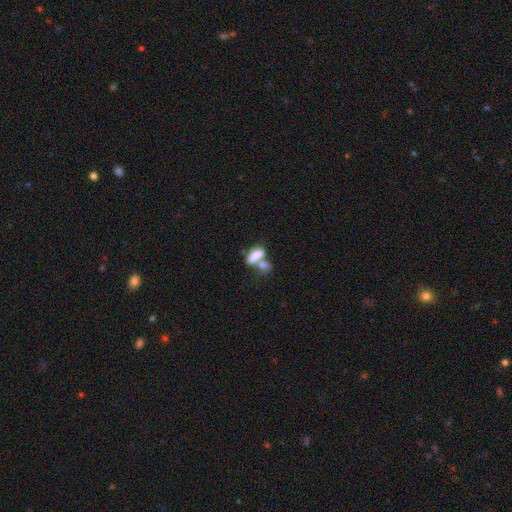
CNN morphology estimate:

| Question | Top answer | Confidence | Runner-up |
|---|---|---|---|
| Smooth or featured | smooth | 73% | featured or disk (18%) |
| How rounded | in between | 82% | cigar-shaped (12%) |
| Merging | merger | 63% | none (20%) |